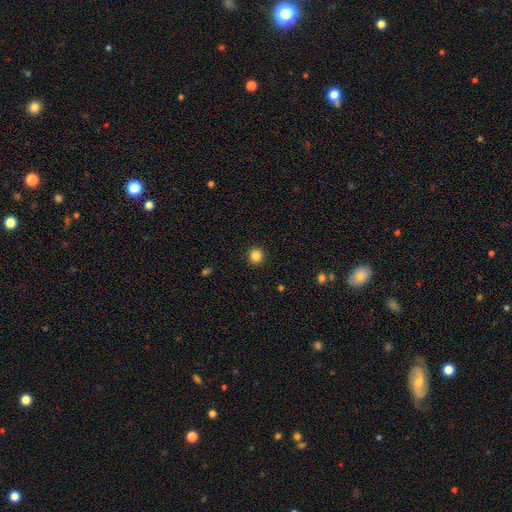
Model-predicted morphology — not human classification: This appears to be a smooth galaxy with no disk features (86%) that is round (91%). Merging: none (92%).